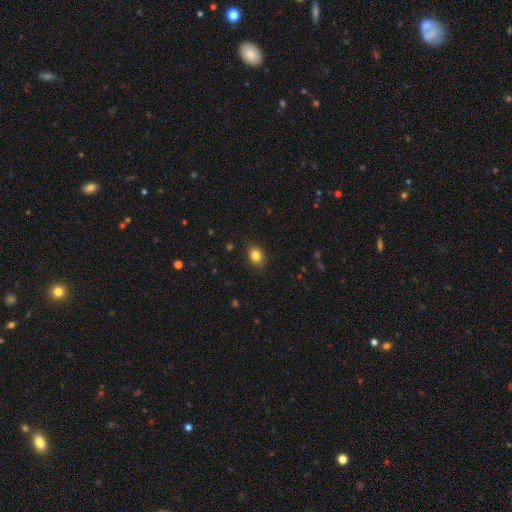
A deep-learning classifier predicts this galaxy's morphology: smooth 83%, star or artifact 10%, featured or disk 7%. Down the decision tree: how rounded — in between (66%); merging — none (87%).